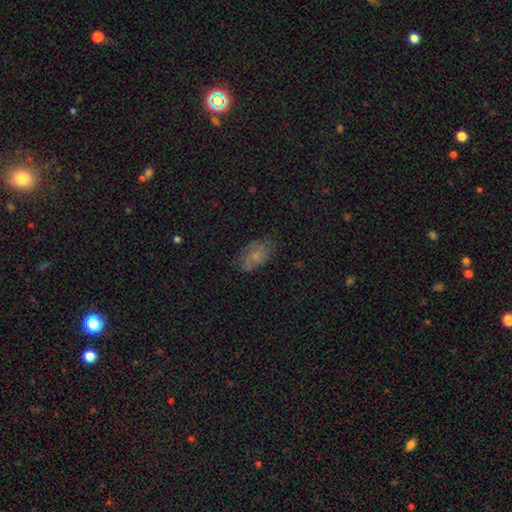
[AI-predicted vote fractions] Smooth or featured? smooth (61%)
How rounded? in between (89%)
Merging? none (66%)